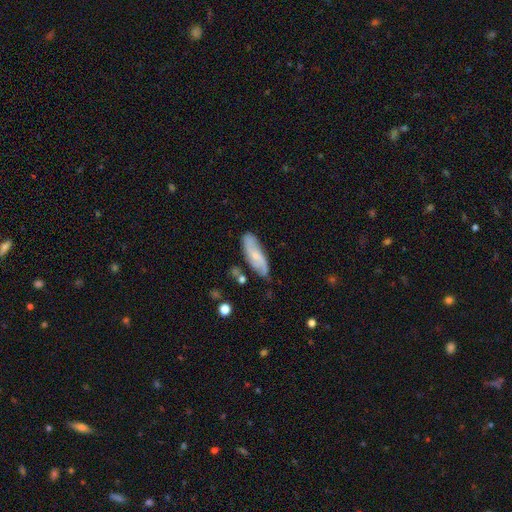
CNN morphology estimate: A featured or disk galaxy (52%).

Vote fractions:
- Smooth or featured? featured or disk: 52% / smooth: 41% / star or artifact: 7%
- Edge-on disk? no: 84% / yes: 16%
- Merging? none: 72% / minor disturbance: 20% / major disturbance: 4% / merger: 4%